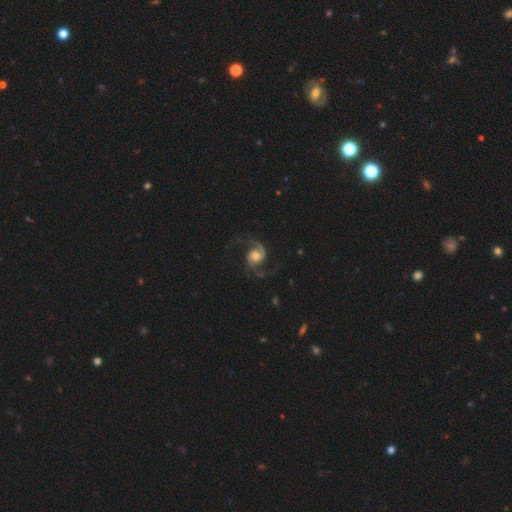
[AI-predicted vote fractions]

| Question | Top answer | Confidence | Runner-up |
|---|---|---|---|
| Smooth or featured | featured or disk | 86% | smooth (8%) |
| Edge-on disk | no | 98% | yes (2%) |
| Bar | no | 69% | weak (25%) |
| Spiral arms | yes | 97% | no (3%) |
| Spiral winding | medium | 47% | loose (41%) |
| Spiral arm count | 2 | 86% | 1 (8%) |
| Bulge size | moderate | 51% | large (24%) |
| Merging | none | 66% | major disturbance (16%) |